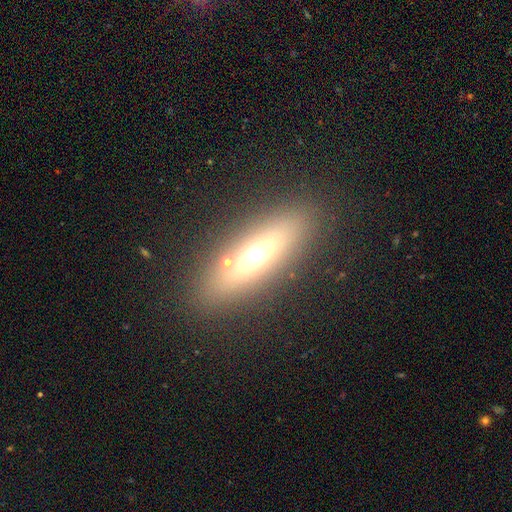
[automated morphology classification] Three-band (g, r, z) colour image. It shows a smooth galaxy with no disk features (50%) that is in between round and cigar-shaped (51%). Merging: none (84%).